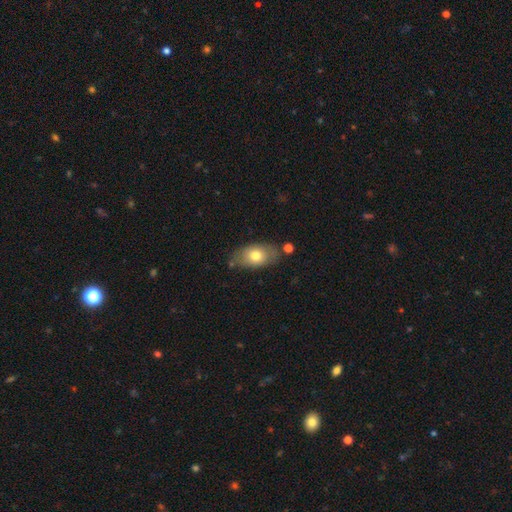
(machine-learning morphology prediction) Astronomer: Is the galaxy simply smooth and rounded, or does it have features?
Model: smooth — 72%.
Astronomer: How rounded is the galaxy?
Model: in between — 87%.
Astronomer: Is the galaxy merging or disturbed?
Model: none — 71%.